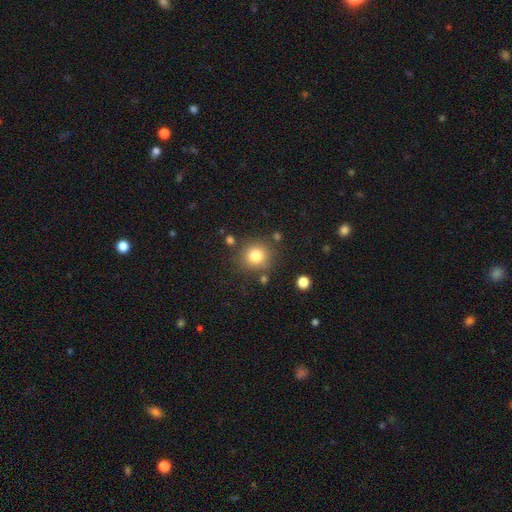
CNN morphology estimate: Smooth or featured? smooth (80%)
How rounded? round (90%)
Merging? none (81%)